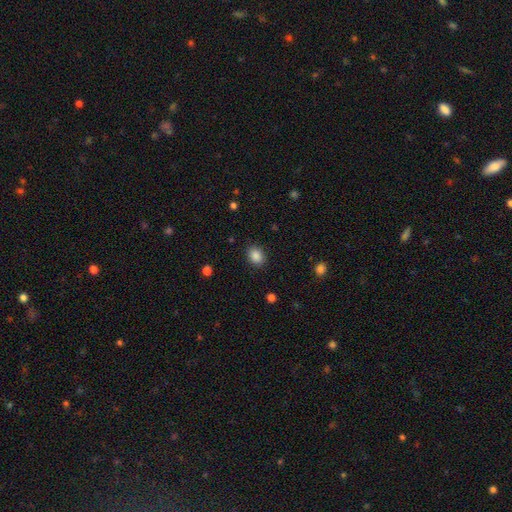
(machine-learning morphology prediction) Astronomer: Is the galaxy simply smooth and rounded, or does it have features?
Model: smooth — 87%.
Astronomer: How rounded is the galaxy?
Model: in between — 54% (runner-up: round, 45%).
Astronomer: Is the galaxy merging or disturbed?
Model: none — 88%.